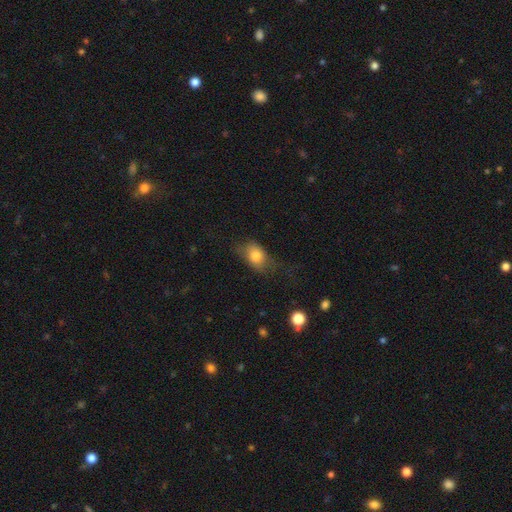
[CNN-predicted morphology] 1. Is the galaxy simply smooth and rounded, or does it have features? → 76% smooth, 15% featured or disk, 9% star or artifact.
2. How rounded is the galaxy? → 76% in between, 21% round, 3% cigar-shaped.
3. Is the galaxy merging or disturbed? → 49% none, 28% minor disturbance, 21% major disturbance, 2% merger.